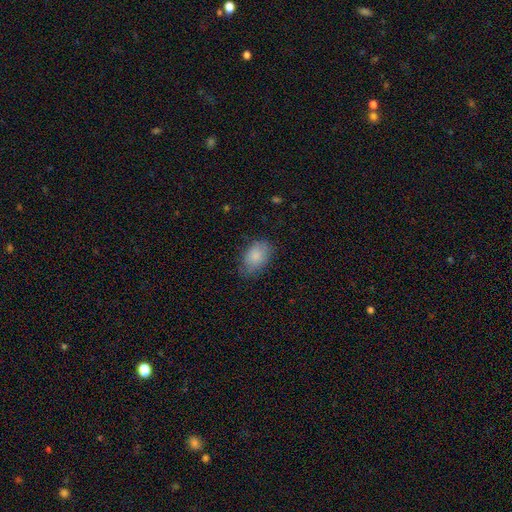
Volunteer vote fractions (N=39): This is clearly a smooth galaxy (90%). How rounded: clearly in between (97%). Merging: likely none (69%).